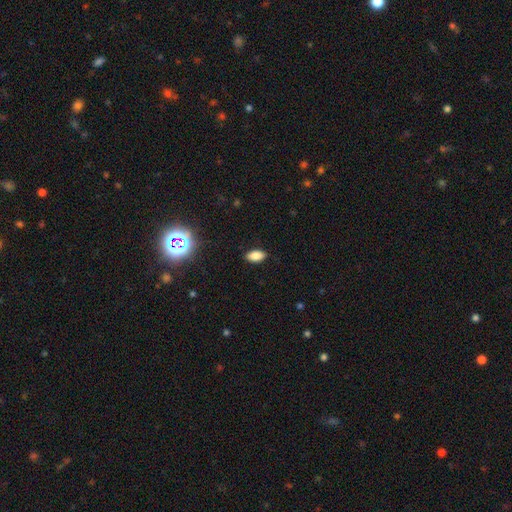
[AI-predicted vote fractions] This is clearly a smooth galaxy (82%). How rounded: clearly in between (91%). Merging: clearly none (88%).